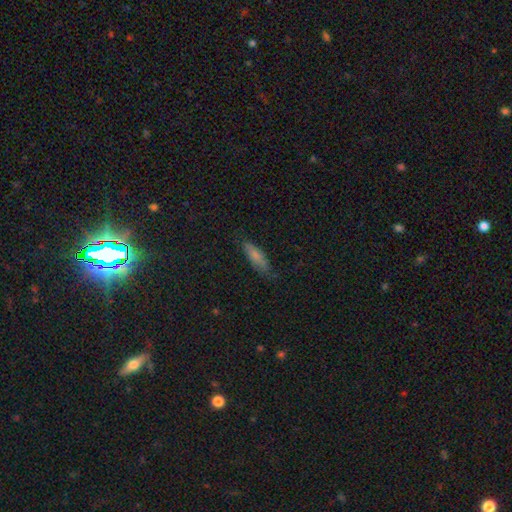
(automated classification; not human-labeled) Morphology: type=smooth (75%); roundness=in between (49%, tied with cigar-shaped); merging=none (77%).